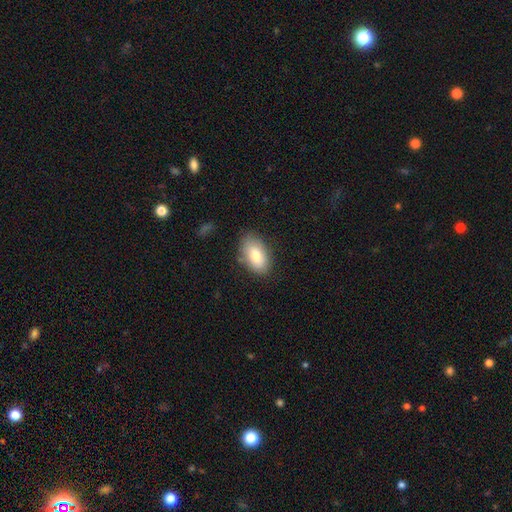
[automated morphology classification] This appears to be a smooth galaxy with no disk features (79%) that is in between round and cigar-shaped (93%). Merging: none (77%).